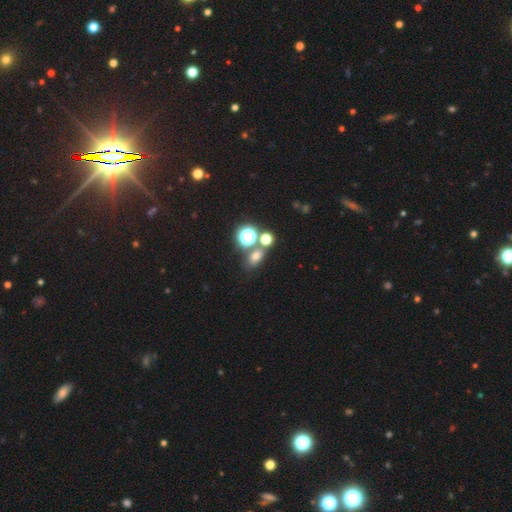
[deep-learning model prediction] Smooth or featured? smooth (64%)
How rounded? in between (59%)
Merging? none (59%)